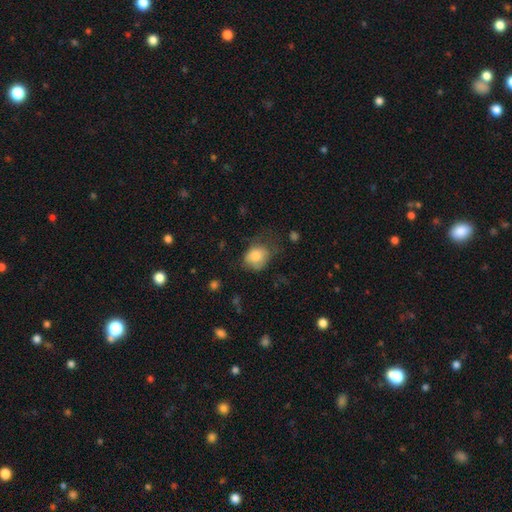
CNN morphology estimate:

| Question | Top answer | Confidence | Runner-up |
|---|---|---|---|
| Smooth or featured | smooth | 80% | featured or disk (11%) |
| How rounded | in between | 51% | round (48%) |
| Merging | none | 41% | minor disturbance (32%) |